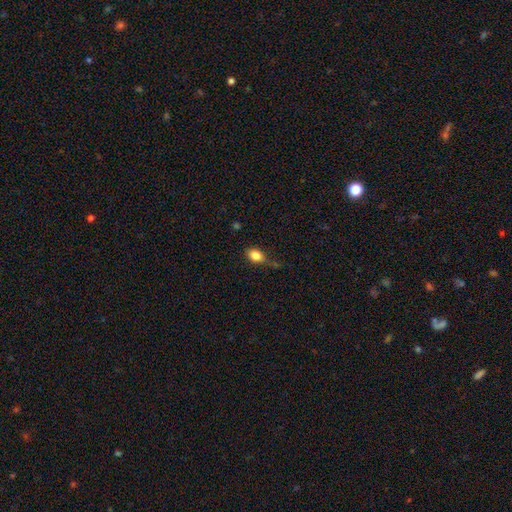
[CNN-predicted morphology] Smooth or featured? smooth (83%)
How rounded? in between (65%)
Merging? none (51%)